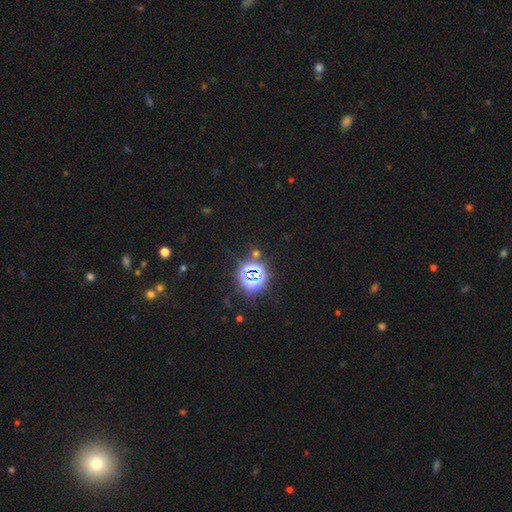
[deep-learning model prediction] star or artifact 78%, smooth 14%, featured or disk 8%.